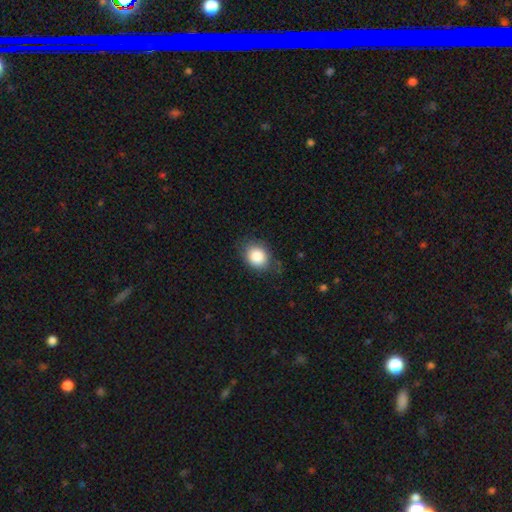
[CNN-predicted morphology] This appears to be a smooth galaxy with no disk features (86%) that is in between round and cigar-shaped (52%). Merging: none (77%).